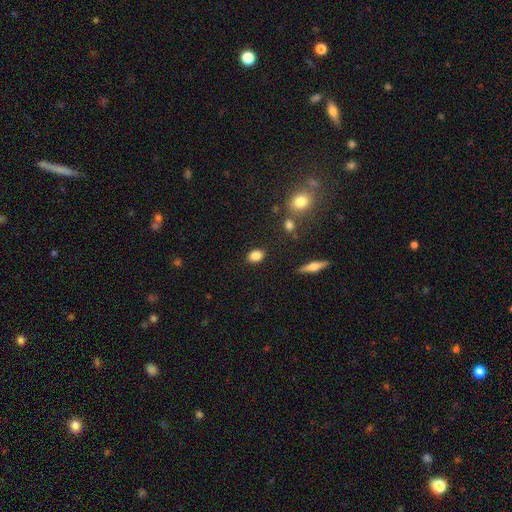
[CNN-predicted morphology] smooth-or-featured: smooth: 85% | star or artifact: 9% | featured or disk: 7%
  how-rounded: in between: 68% | round: 30% | cigar-shaped: 2%
  merging: none: 85% | minor disturbance: 10% | major disturbance: 3% | merger: 2%